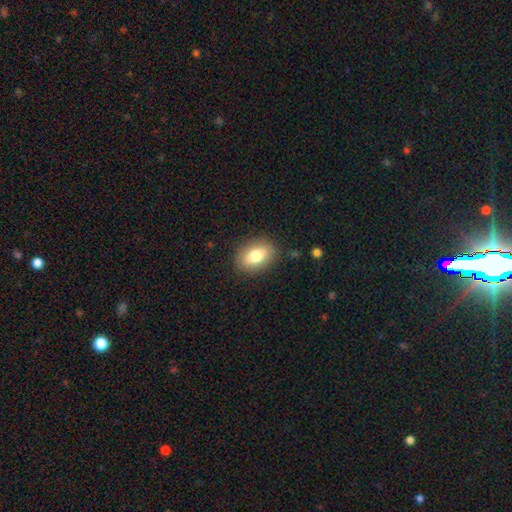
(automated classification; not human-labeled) This appears to be a smooth galaxy with no disk features (78%) that is in between round and cigar-shaped (82%). Merging: none (86%).